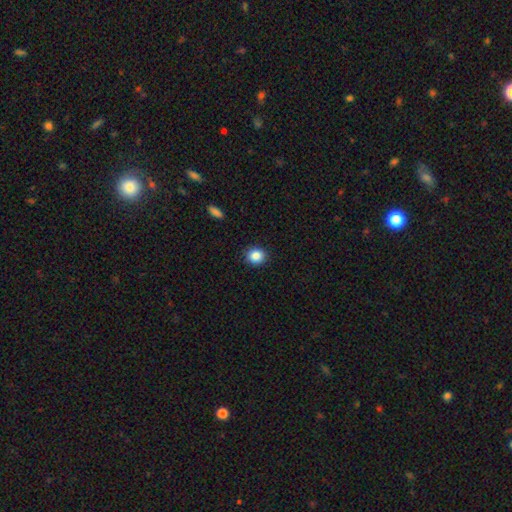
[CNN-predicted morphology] This appears to be a smooth galaxy with no disk features (87%) that is round (82%). Merging: none (91%).